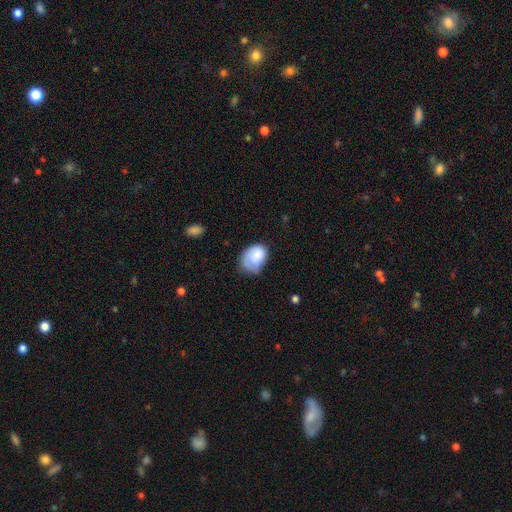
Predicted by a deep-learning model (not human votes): Smooth or featured? Predicted: smooth (p=0.77). How rounded? Predicted: in between (p=0.71). Merging? Predicted: none (p=0.39).